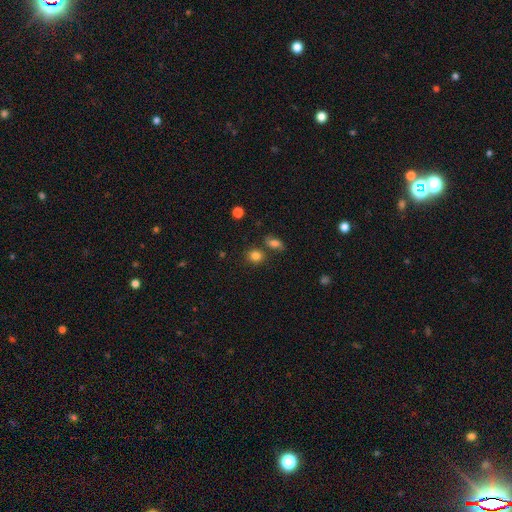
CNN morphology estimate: This appears to be a smooth galaxy with no disk features (82%) that is round (73%). Merging: none (72%).